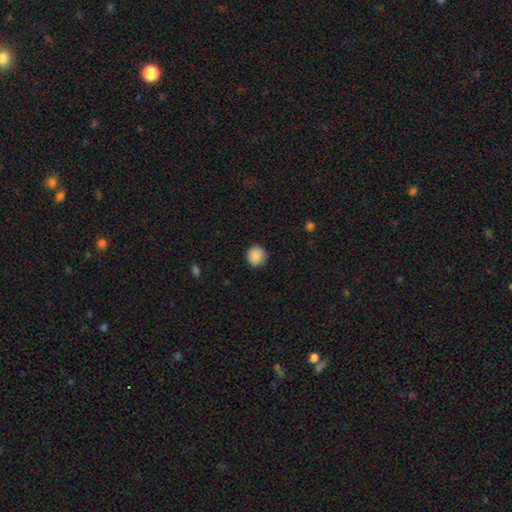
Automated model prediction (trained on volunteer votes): Overall: smooth (89%). How rounded: round (92%). Merging: none (90%).